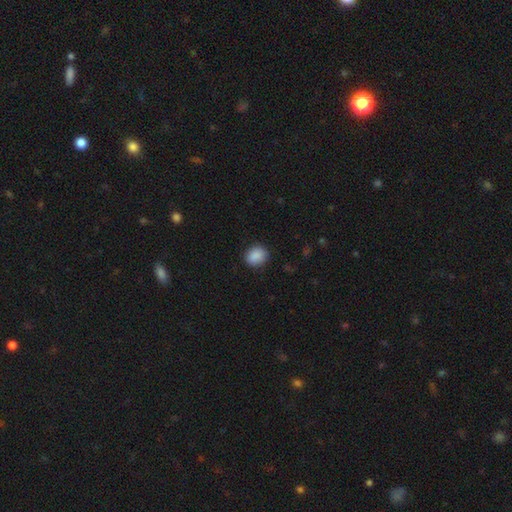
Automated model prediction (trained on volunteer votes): The model was most divided on "how rounded": round: 63%, in between: 36%, cigar-shaped: 1%. More confident: smooth or featured — smooth (89%); merging — none (86%).